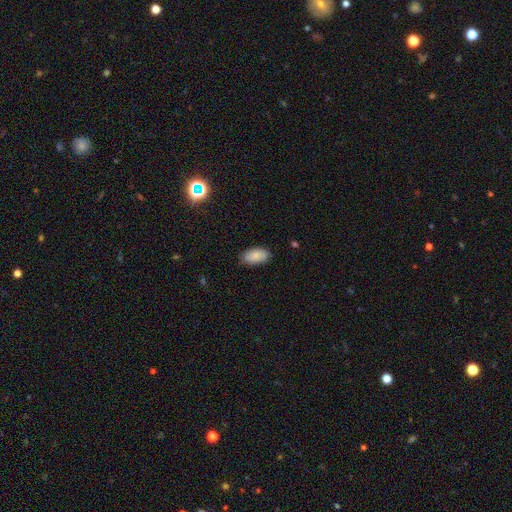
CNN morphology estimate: Smooth or featured? smooth (87%)
How rounded? in between (94%)
Merging? none (83%)